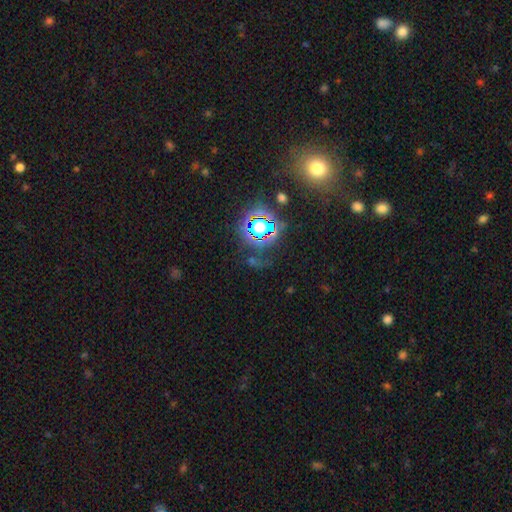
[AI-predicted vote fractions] star or artifact 77%, smooth 15%, featured or disk 8%.